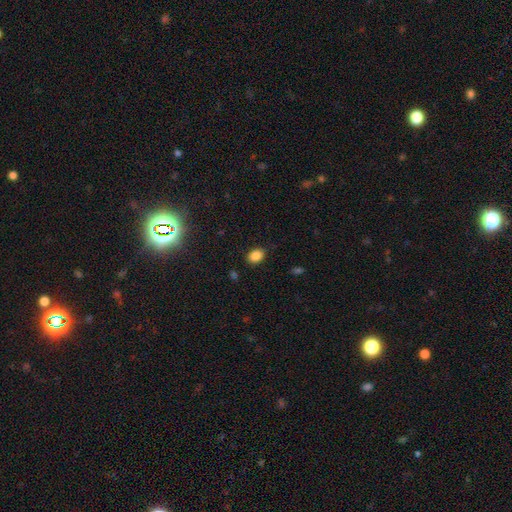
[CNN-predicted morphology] Smooth or featured?
  - smooth: 86% *
  - star or artifact: 10%
  - featured or disk: 4%
How rounded?
  - in between: 73% *
  - round: 26%
  - cigar-shaped: 1%
Merging?
  - none: 85% *
  - minor disturbance: 11%
  - major disturbance: 3%
  - merger: 1%